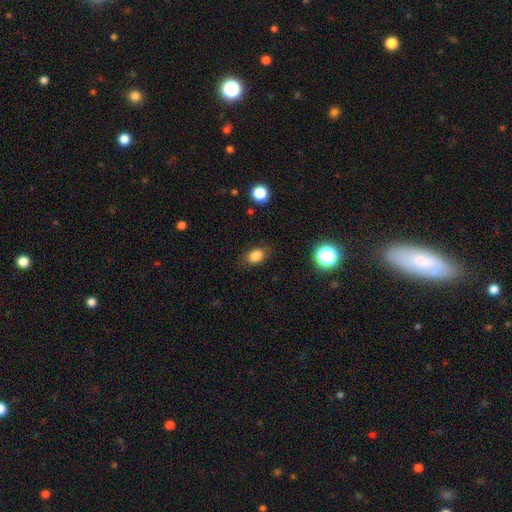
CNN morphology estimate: smooth 83%, star or artifact 11%, featured or disk 6%. Down the decision tree: how rounded — in between (76%); merging — none (81%).